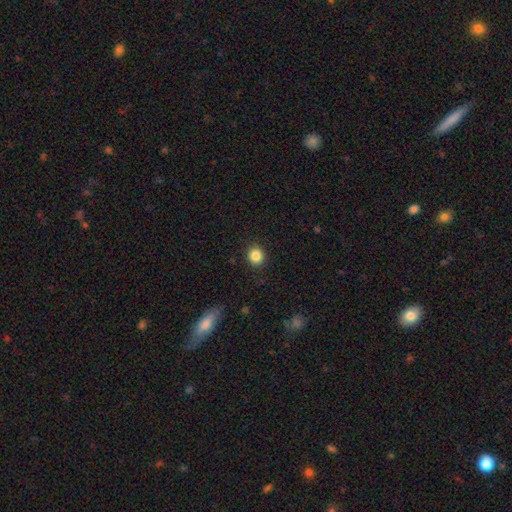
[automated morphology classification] This is clearly a smooth galaxy (86%). How rounded: likely round (80%). Merging: clearly none (90%).